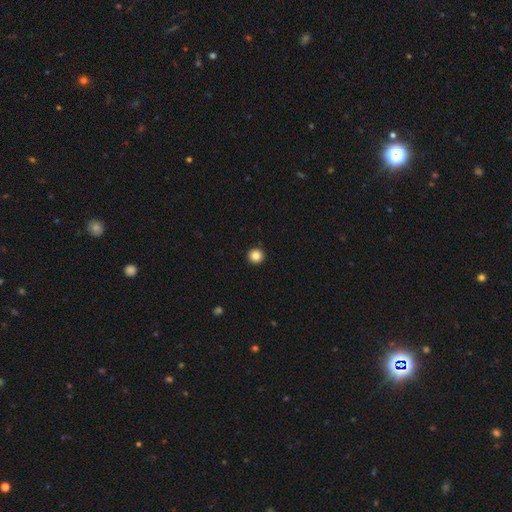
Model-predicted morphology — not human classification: This is clearly a smooth galaxy (85%). How rounded: clearly round (95%). Merging: clearly none (94%).